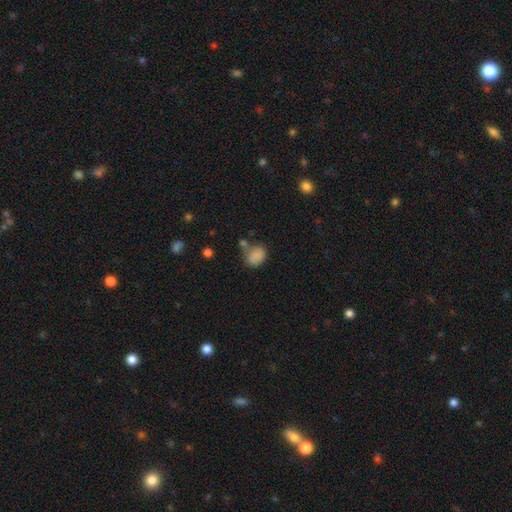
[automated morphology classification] Smooth or featured? Predicted: smooth (p=0.82). How rounded? Predicted: in between (p=0.64). Merging? Predicted: none (p=0.52).